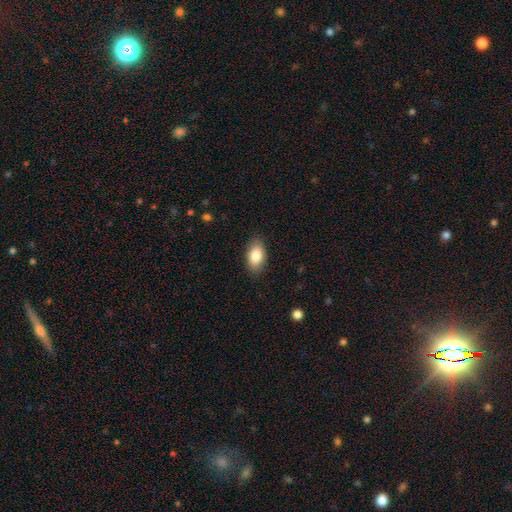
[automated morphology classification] smooth-or-featured: smooth: 86% | featured or disk: 8% | star or artifact: 7%
  how-rounded: in between: 92% | round: 5% | cigar-shaped: 3%
  merging: none: 87% | minor disturbance: 10% | major disturbance: 3% | merger: 1%